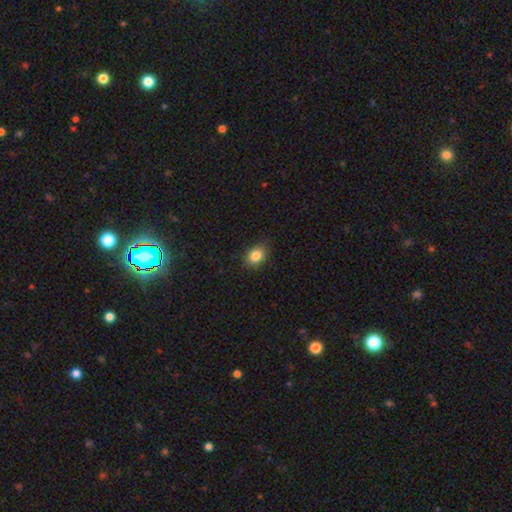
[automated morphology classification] Smooth or featured: smooth — 84% (star or artifact — 10%)
How rounded: in between — 61% (round — 38%)
Merging: none — 82% (minor disturbance — 14%)